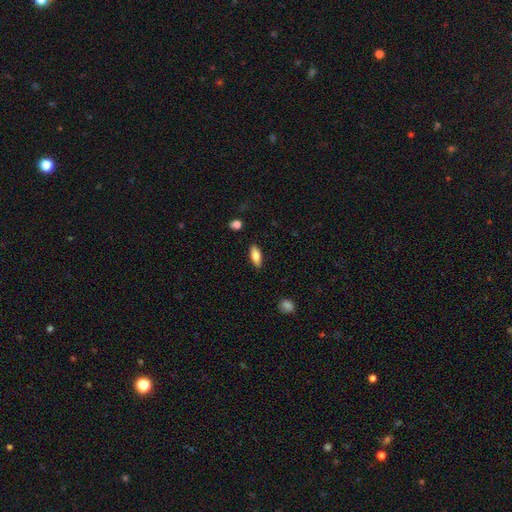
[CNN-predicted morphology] A smooth galaxy with no disk features (79%) that is in between round and cigar-shaped (75%). Merging: none (87%).